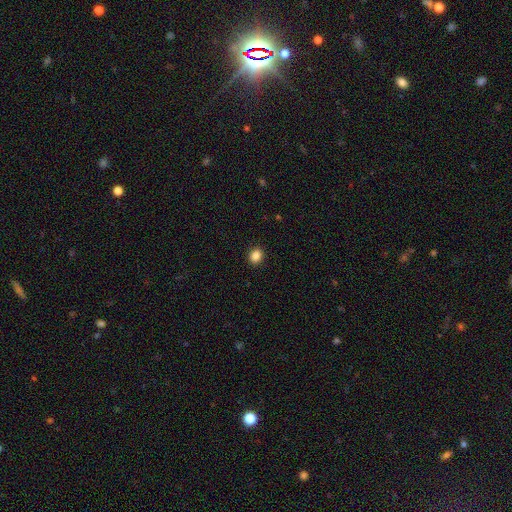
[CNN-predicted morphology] Q: Smooth or featured?
A: smooth (87%); runner-up: star or artifact (10%)
Q: How rounded?
A: round (61%); runner-up: in between (38%)
Q: Merging?
A: none (91%); runner-up: minor disturbance (6%)